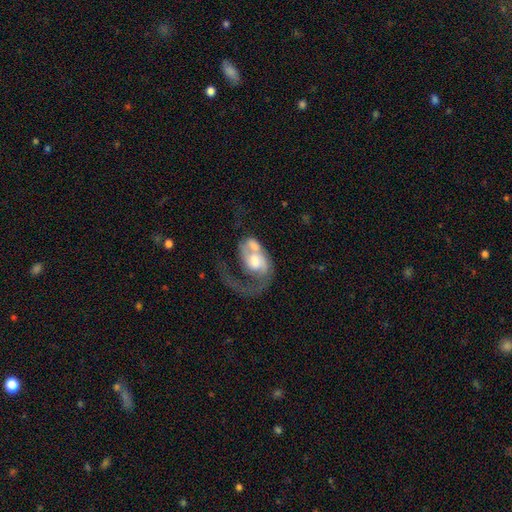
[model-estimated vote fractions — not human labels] Morphology: type=featured or disk (73%); edge-on=no (97%); bar=no (70%); spiral arms=yes (83%); winding=loose (50%); arm count=1 (80%); bulge=moderate (57%); merging=merger (41%).